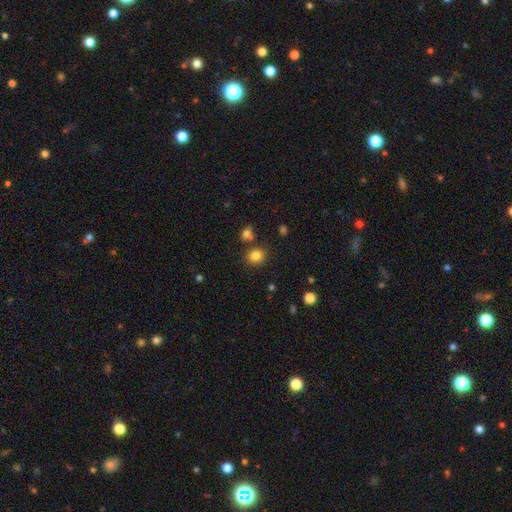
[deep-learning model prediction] A smooth galaxy with no disk features (83%) that is round (69%). Merging: none (77%).